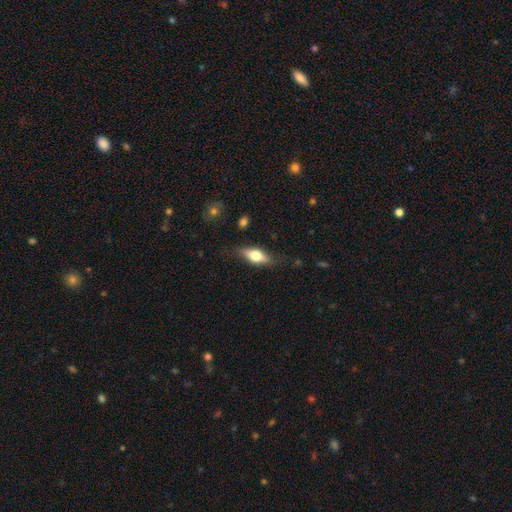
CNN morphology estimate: Q: Smooth or featured?
A: smooth (57%); runner-up: featured or disk (36%)
Q: How rounded?
A: in between (70%); runner-up: cigar-shaped (25%)
Q: Merging?
A: none (78%); runner-up: minor disturbance (16%)